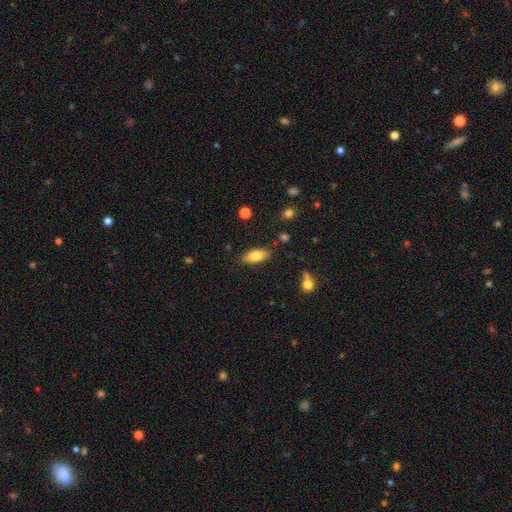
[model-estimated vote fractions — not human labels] This is likely a smooth galaxy (79%). How rounded: clearly in between (84%). Merging: clearly none (83%).